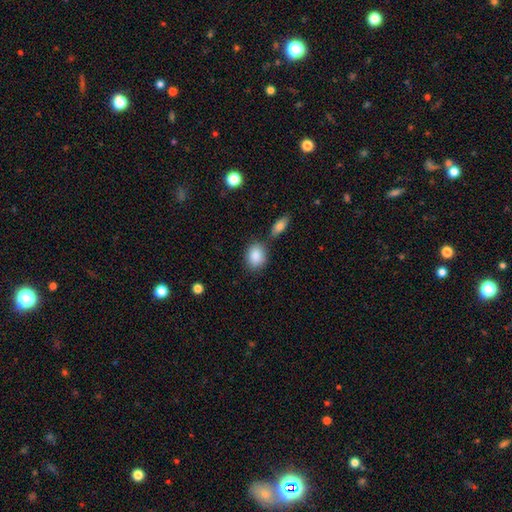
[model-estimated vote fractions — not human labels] Morphology: type=smooth (88%); roundness=in between (60%); merging=none (68%).